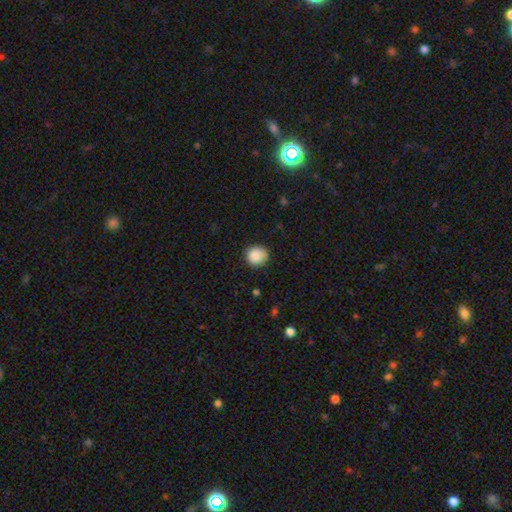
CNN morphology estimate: smooth 88%, star or artifact 9%, featured or disk 3%. Down the decision tree: how rounded — round (90%); merging — none (84%).